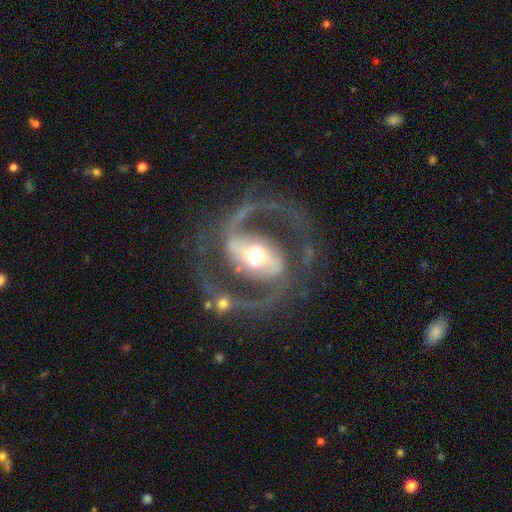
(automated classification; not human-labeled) The model was most divided on "spiral winding": medium: 52%, loose: 34%, tight: 14%. More confident: edge-on disk — no (97%); spiral arms — yes (92%); spiral arm count — 2 (91%); smooth or featured — featured or disk (88%); merging — none (67%); bulge size — moderate (65%); bar — strong (51%).